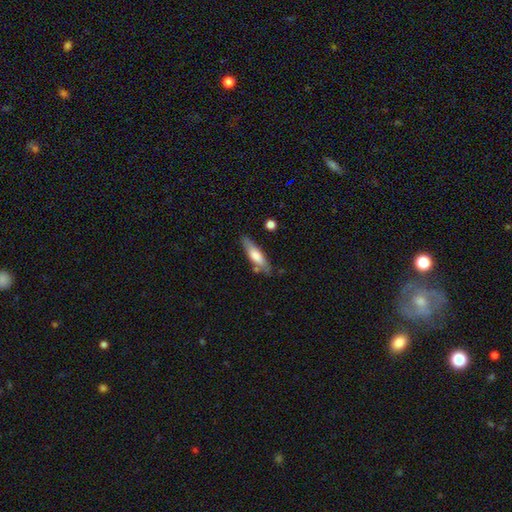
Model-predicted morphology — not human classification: smooth 68%, featured or disk 26%, star or artifact 6%. Down the decision tree: how rounded — cigar-shaped (64%); merging — none (72%).